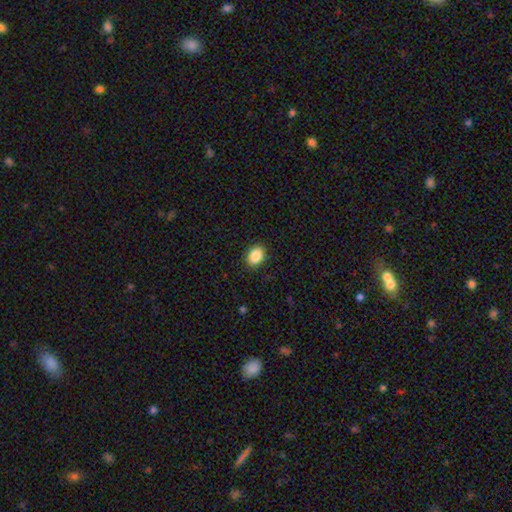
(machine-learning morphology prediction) Smooth or featured? smooth (88%)
How rounded? in between (68%)
Merging? none (89%)